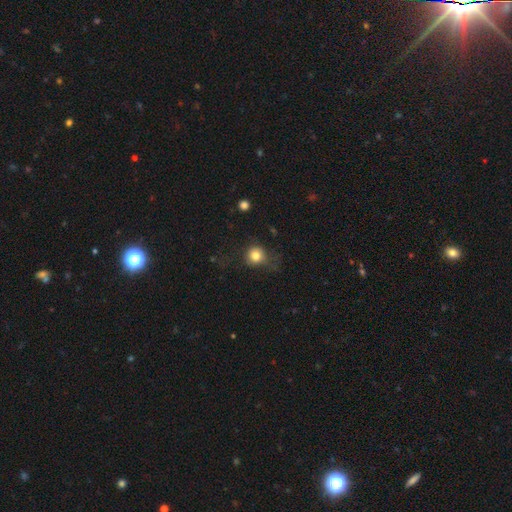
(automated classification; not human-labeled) smooth-or-featured: smooth: 80% | star or artifact: 11% | featured or disk: 9%
  how-rounded: round: 85% | in between: 14% | cigar-shaped: 1%
  merging: none: 60% | minor disturbance: 23% | major disturbance: 16% | merger: 2%